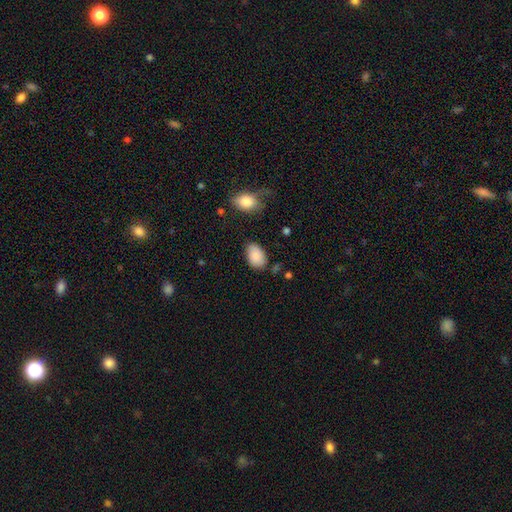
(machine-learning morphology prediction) smooth-or-featured: smooth: 89% | star or artifact: 7% | featured or disk: 5%
  how-rounded: in between: 89% | round: 10% | cigar-shaped: 1%
  merging: none: 74% | minor disturbance: 19% | major disturbance: 4% | merger: 3%